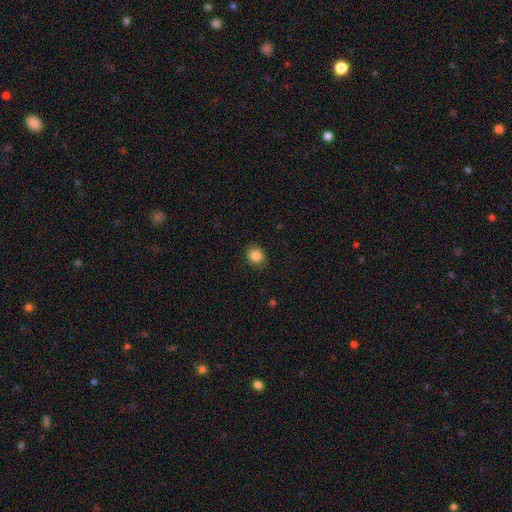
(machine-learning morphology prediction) Smooth or featured?
  - smooth: 85% *
  - star or artifact: 10%
  - featured or disk: 5%
How rounded?
  - round: 70% *
  - in between: 29%
  - cigar-shaped: 1%
Merging?
  - none: 86% *
  - minor disturbance: 11%
  - major disturbance: 2%
  - merger: 1%